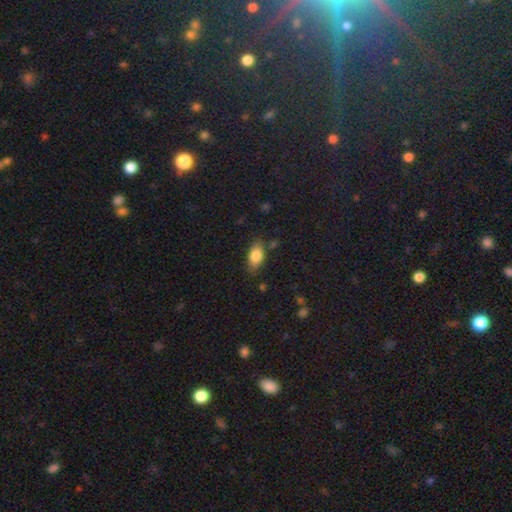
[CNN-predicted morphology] Smooth or featured? smooth (84%)
How rounded? in between (89%)
Merging? none (76%)